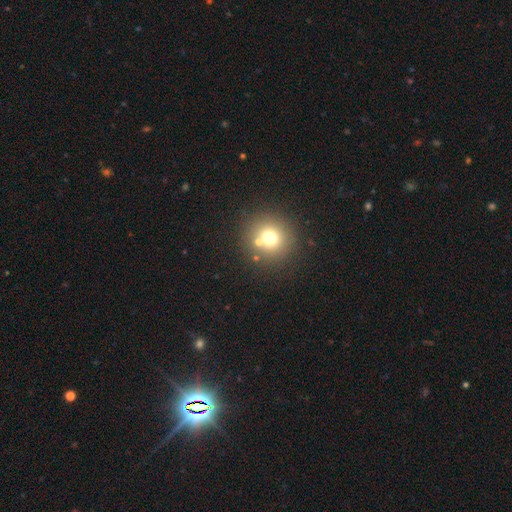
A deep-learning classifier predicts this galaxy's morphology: The model was most divided on "smooth or featured": smooth: 55%, star or artifact: 34%, featured or disk: 11%. More confident: how rounded — round (93%); merging — none (78%).